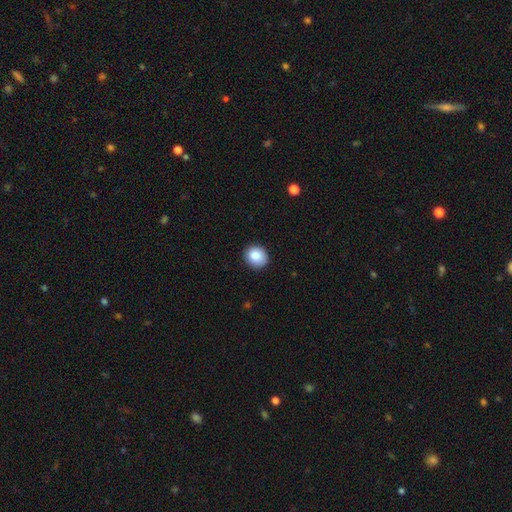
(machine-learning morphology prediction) type=smooth (87%); roundness=round (79%); merging=none (88%).